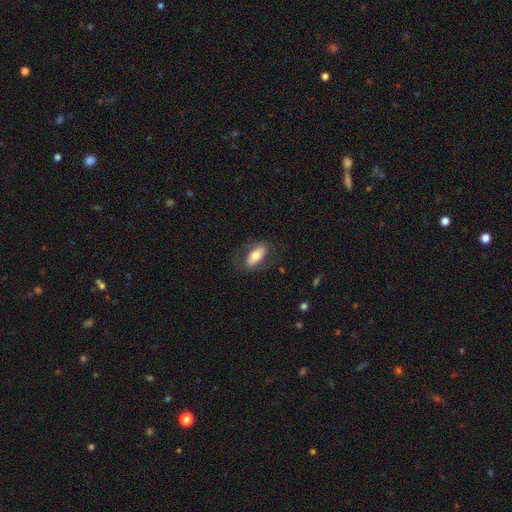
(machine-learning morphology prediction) The model was most divided on "smooth or featured": smooth: 65%, featured or disk: 29%, star or artifact: 6%. More confident: how rounded — in between (88%); merging — none (75%).